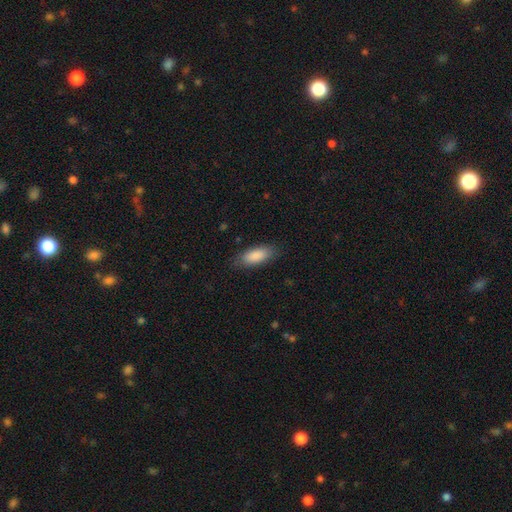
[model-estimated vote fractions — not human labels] smooth_or_featured: smooth (p=0.88) [alt: star or artifact p=0.06]
how_rounded: in between (p=0.80) [alt: cigar-shaped p=0.18]
merging: none (p=0.83) [alt: minor disturbance p=0.13]